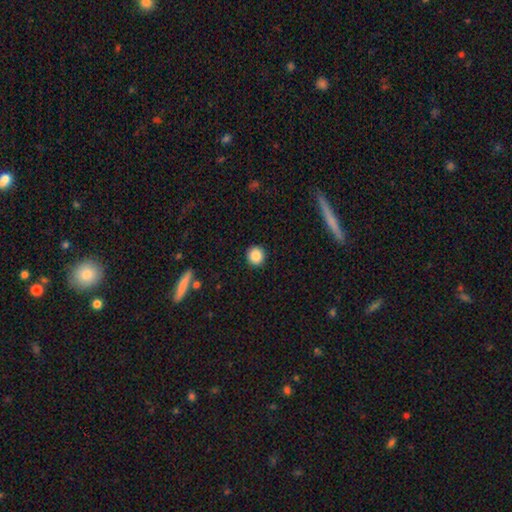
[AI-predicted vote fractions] smooth 86%, star or artifact 9%, featured or disk 4%. Down the decision tree: how rounded — round (92%); merging — none (92%).